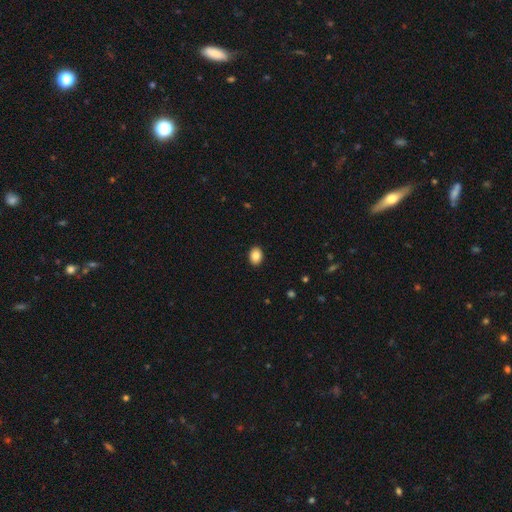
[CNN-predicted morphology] This is clearly a smooth galaxy (86%). How rounded: likely in between (66%). Merging: clearly none (91%).